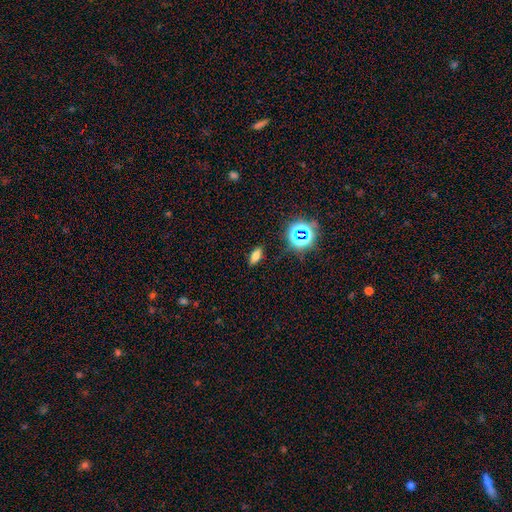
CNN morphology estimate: smooth_or_featured: smooth (p=0.67) [alt: star or artifact p=0.20]
how_rounded: in between (p=0.76) [alt: cigar-shaped p=0.17]
merging: none (p=0.87) [alt: minor disturbance p=0.09]